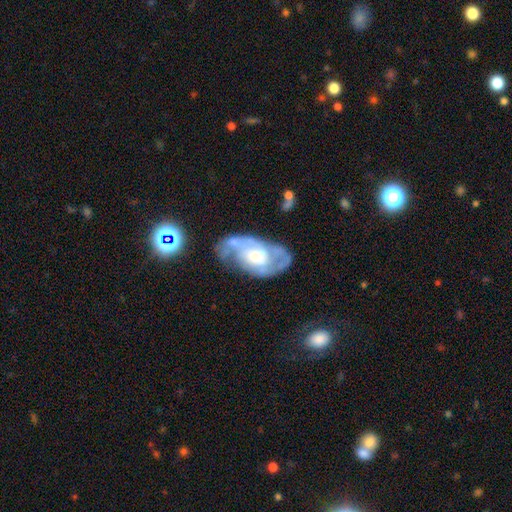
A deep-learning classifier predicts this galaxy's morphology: featured or disk 79%, smooth 16%, star or artifact 6%. Down the decision tree: edge-on disk — no (96%); bar — no (63%); spiral arms — yes (85%); spiral arm count — 2 (52%); spiral winding — tight (42%); bulge size — moderate (46%); merging — none (51%).